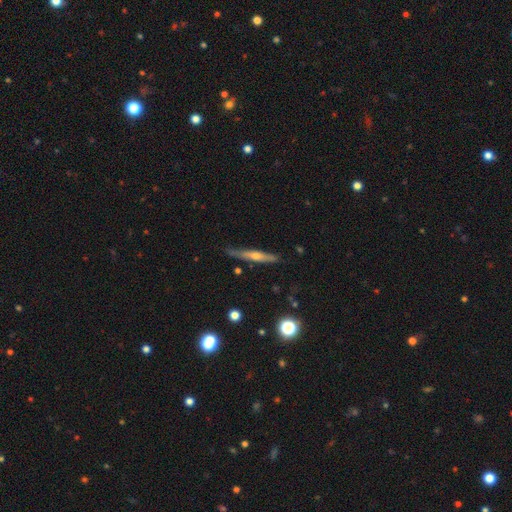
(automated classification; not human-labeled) smooth-or-featured: featured or disk: 60% | smooth: 33% | star or artifact: 7%
  disk-edge-on: yes: 95% | no: 5%
    edge-on-bulge: rounded: 77% | none: 18% | boxy: 5%
  merging: none: 82% | minor disturbance: 14% | major disturbance: 2% | merger: 2%